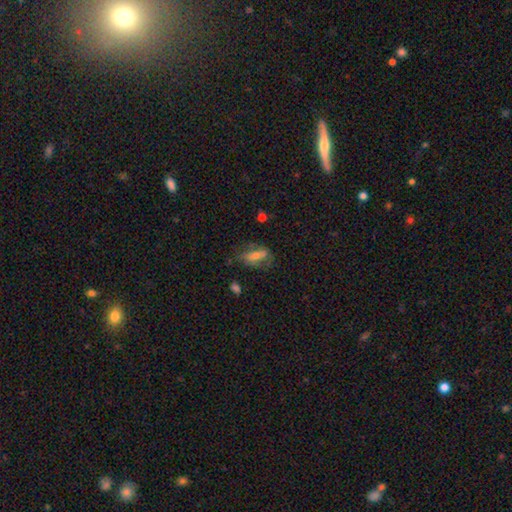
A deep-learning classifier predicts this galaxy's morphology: smooth 47%, featured or disk 40%, star or artifact 13%. Down the decision tree: merging — none (56%).